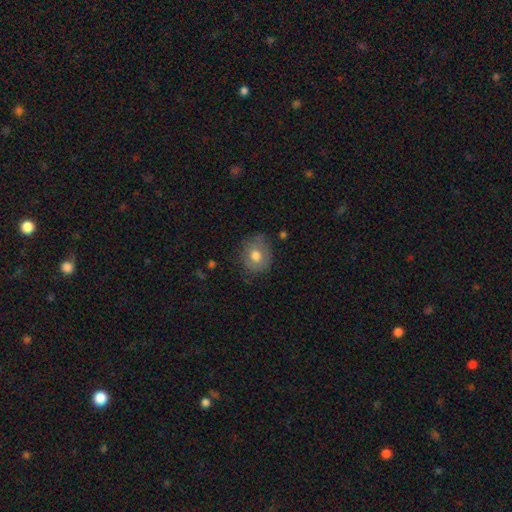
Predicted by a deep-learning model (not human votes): Smooth or featured? Predicted: smooth (p=0.68). How rounded? Predicted: round (p=0.68). Merging? Predicted: none (p=0.72).